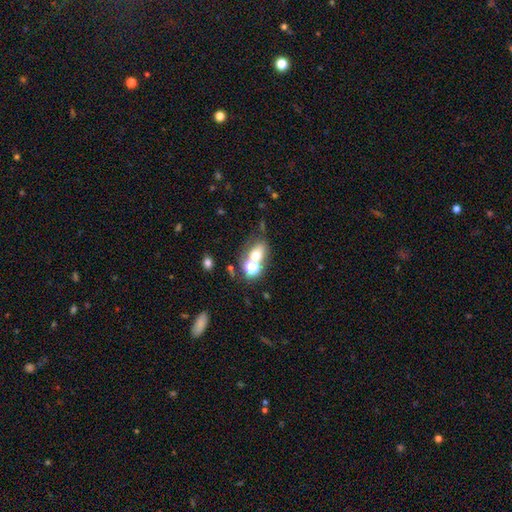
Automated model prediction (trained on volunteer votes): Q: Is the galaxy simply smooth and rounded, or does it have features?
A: smooth — 62%.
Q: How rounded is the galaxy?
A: in between — 57%.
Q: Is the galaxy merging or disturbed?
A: merger — 44%.